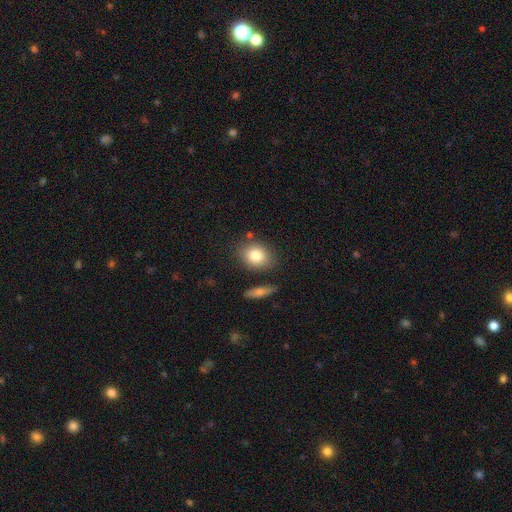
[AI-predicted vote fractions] Overall: smooth (81%). How rounded: in between (50%; round 48%). Merging: none (76%).